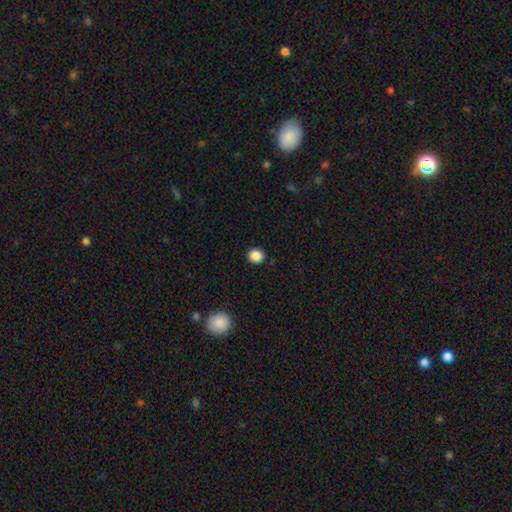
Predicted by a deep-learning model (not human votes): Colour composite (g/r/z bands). It shows a smooth galaxy with no disk features (87%) that is round (88%). Merging: none (92%).